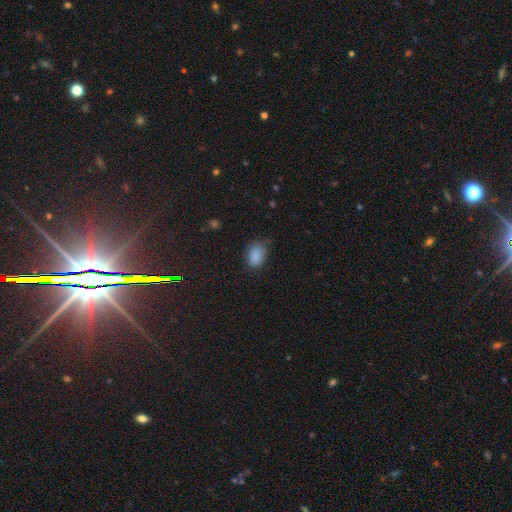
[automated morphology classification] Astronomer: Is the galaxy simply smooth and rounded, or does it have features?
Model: smooth — 86%.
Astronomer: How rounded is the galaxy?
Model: in between — 87%.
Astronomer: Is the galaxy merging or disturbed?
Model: none — 58%.